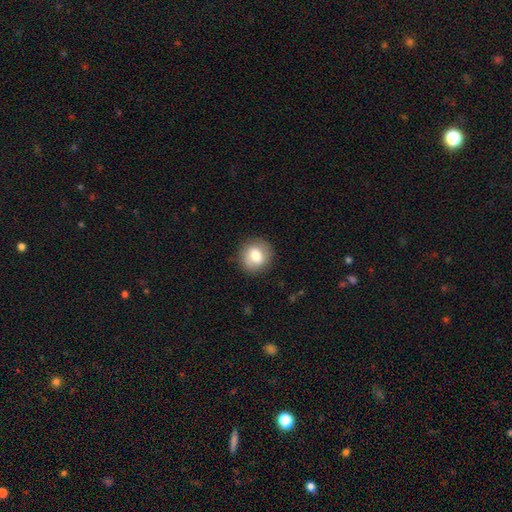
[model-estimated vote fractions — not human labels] Morphology: type=smooth (71%); roundness=round (82%); merging=none (86%).